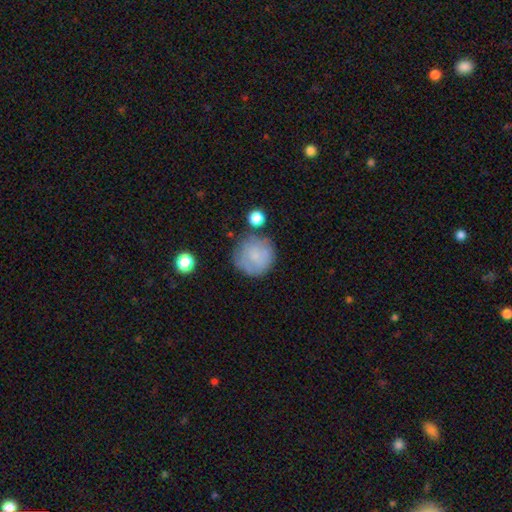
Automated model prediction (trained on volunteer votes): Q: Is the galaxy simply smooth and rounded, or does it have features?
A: smooth — 74%.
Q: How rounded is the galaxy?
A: round — 94%.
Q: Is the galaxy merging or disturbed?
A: none — 69%.